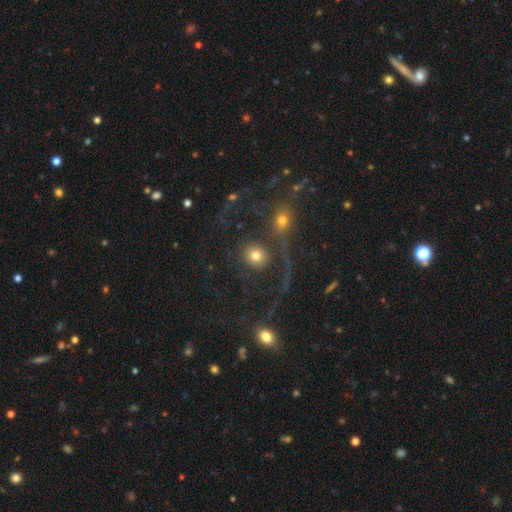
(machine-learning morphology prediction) This is likely a smooth galaxy (71%). How rounded: clearly round (82%). Merging: possibly none (59%).